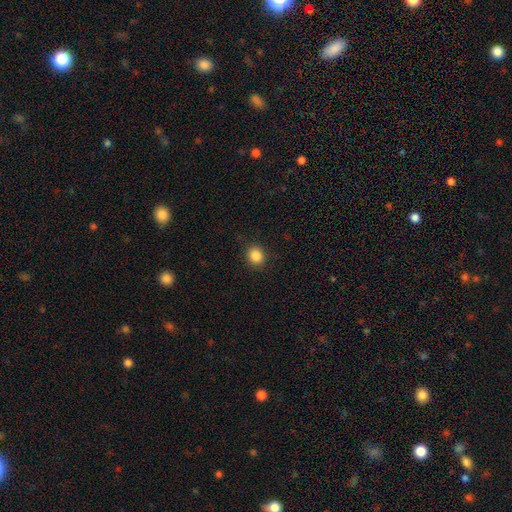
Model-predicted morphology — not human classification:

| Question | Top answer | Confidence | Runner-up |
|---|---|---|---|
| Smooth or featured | smooth | 86% | star or artifact (10%) |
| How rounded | round | 78% | in between (21%) |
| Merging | none | 90% | minor disturbance (7%) |